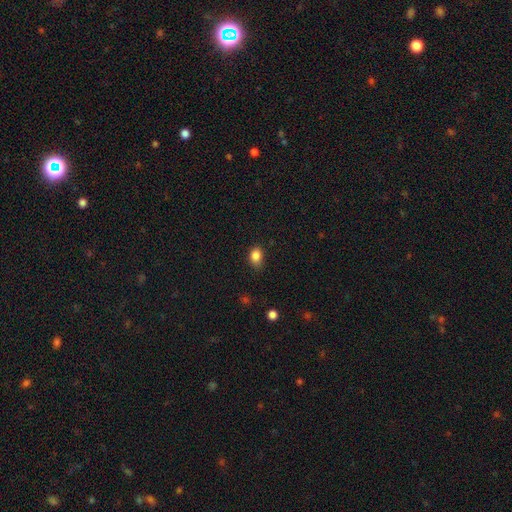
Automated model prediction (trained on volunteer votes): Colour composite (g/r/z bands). It shows a smooth galaxy with no disk features (85%) that is in between round and cigar-shaped (68%). Merging: none (73%).